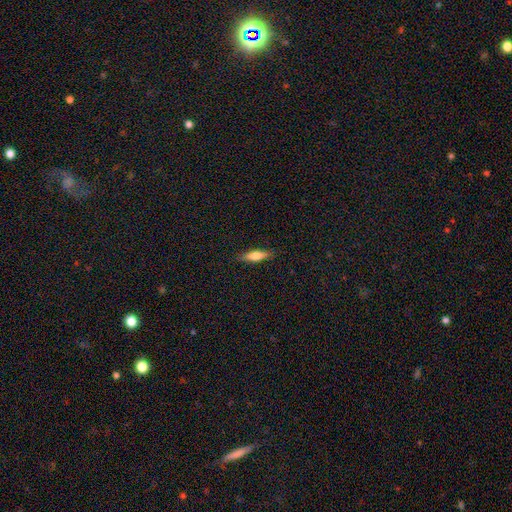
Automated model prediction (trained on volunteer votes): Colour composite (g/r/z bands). It shows a smooth galaxy with no disk features (63%) that is cigar-shaped (64%). Merging: none (88%).